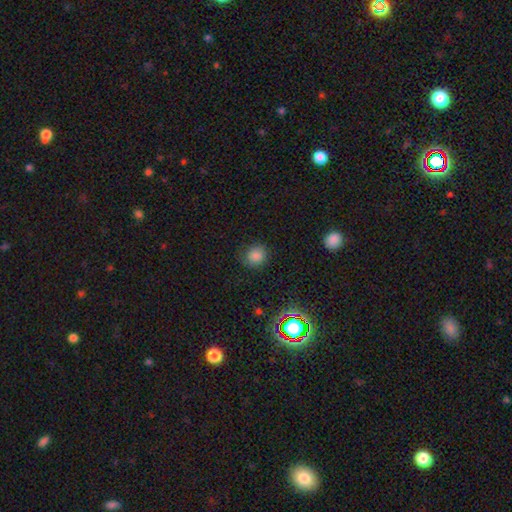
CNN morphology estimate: A smooth galaxy with no disk features (82%) that is round (84%). Merging: none (84%).